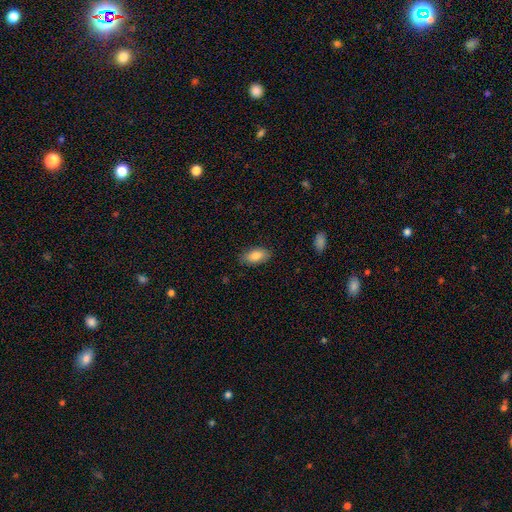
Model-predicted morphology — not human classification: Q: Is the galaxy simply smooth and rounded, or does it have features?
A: smooth — 84%.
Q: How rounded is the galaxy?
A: in between — 92%.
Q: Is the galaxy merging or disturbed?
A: none — 85%.